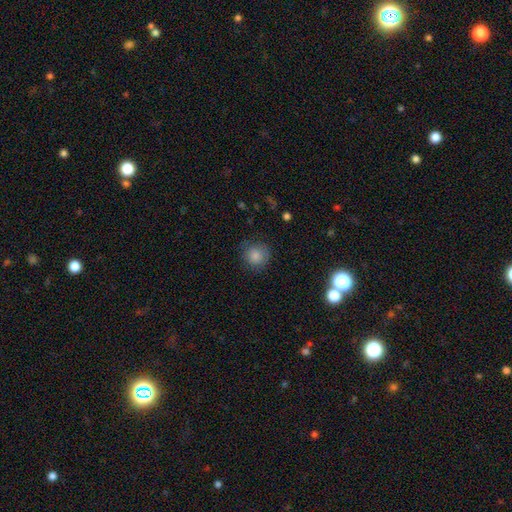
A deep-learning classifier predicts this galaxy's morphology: type=smooth (85%); roundness=round (91%); merging=none (78%).